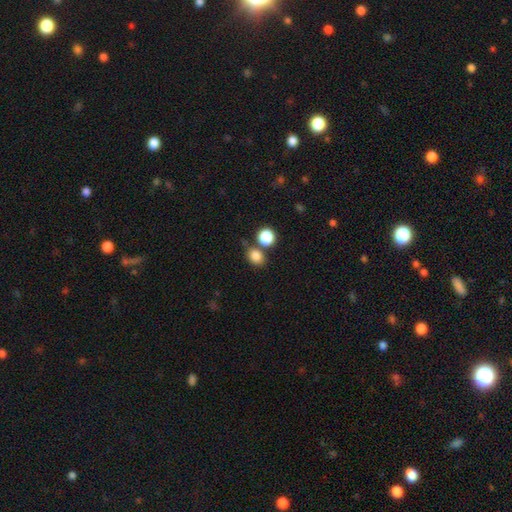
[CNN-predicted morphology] Smooth or featured? smooth (83%)
How rounded? round (52%)
Merging? none (64%)